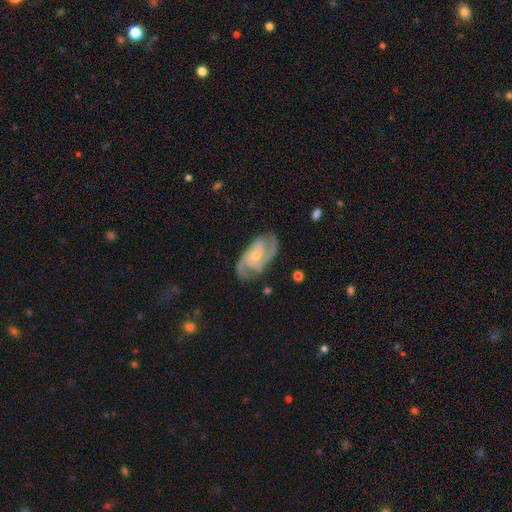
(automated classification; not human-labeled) Smooth or featured: featured or disk — 88% (smooth — 7%)
Edge-on disk: no — 97% (yes — 3%)
Bar: no — 62% (weak — 31%)
Spiral arms: yes — 97% (no — 3%)
Spiral winding: medium — 50% (tight — 39%)
Spiral arm count: 2 — 55% (3 — 28%)
Bulge size: small — 57% (moderate — 36%)
Merging: none — 73% (minor disturbance — 18%)